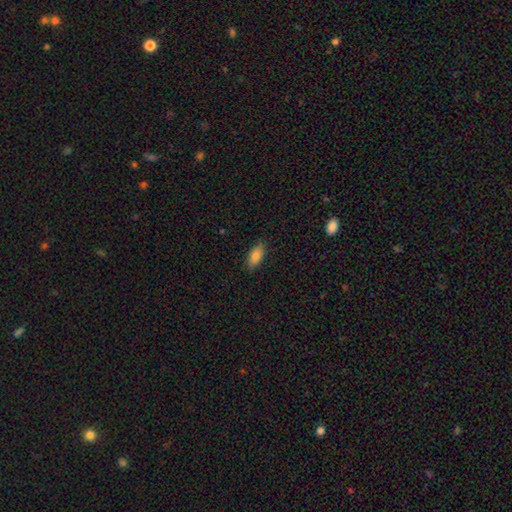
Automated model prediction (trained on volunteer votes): Smooth or featured: smooth — 83% (featured or disk — 10%)
How rounded: in between — 86% (cigar-shaped — 11%)
Merging: none — 84% (minor disturbance — 13%)